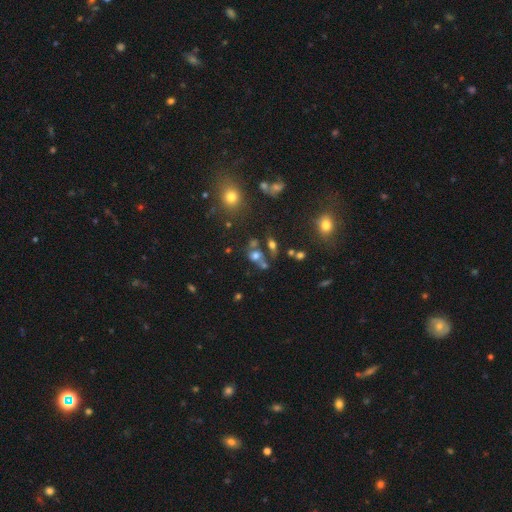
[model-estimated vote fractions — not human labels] Smooth or featured: smooth — 62% (star or artifact — 20%)
How rounded: in between — 51% (round — 46%)
Merging: none — 40% (merger — 39%)